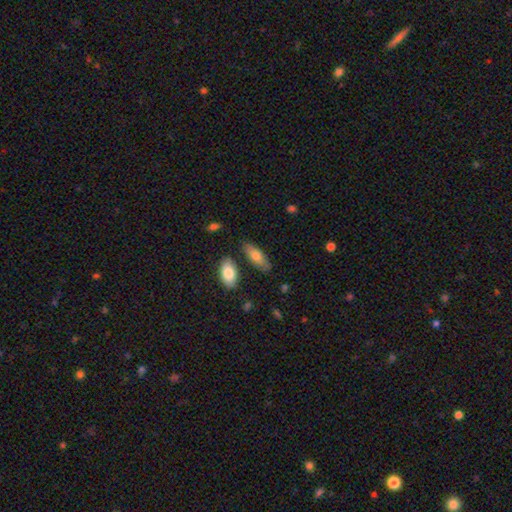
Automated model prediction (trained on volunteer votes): smooth 76%, featured or disk 18%, star or artifact 6%. Down the decision tree: how rounded — in between (74%); merging — none (76%).